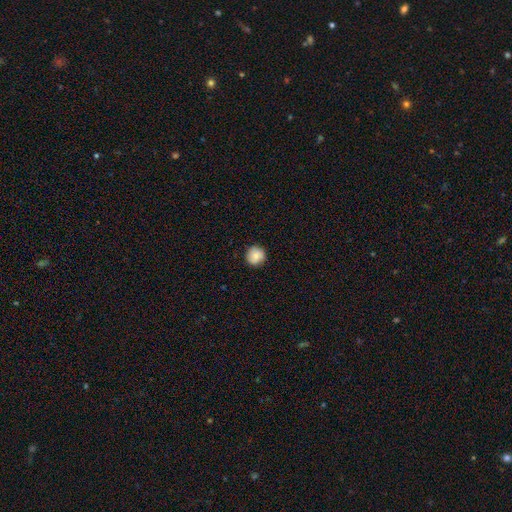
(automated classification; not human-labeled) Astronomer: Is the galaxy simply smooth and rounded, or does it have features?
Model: smooth — 82%.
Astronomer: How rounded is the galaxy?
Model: round — 94%.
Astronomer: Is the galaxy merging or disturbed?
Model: none — 86%.